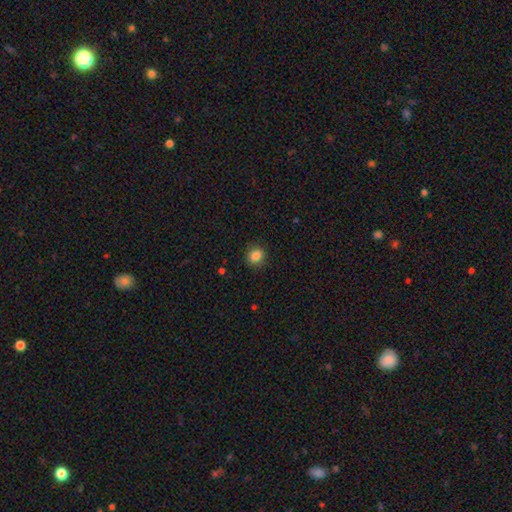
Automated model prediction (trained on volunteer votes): Smooth or featured: smooth — 85% (star or artifact — 11%)
How rounded: round — 74% (in between — 25%)
Merging: none — 89% (minor disturbance — 8%)